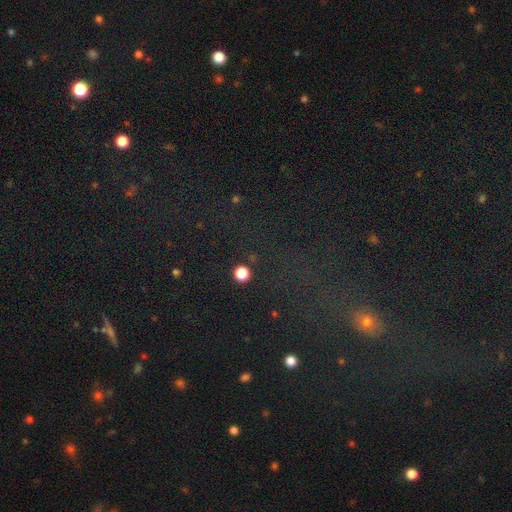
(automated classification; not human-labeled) Smooth or featured?
  - star or artifact: 65% *
  - smooth: 23%
  - featured or disk: 12%